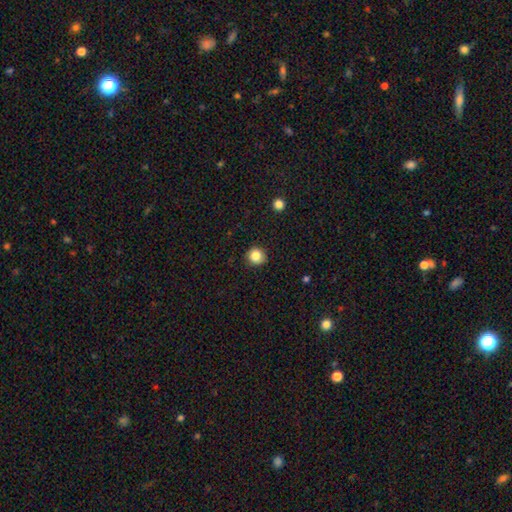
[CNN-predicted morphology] Smooth or featured?
  - smooth: 84% *
  - star or artifact: 11%
  - featured or disk: 5%
How rounded?
  - round: 93% *
  - in between: 6%
  - cigar-shaped: 1%
Merging?
  - none: 92% *
  - minor disturbance: 6%
  - major disturbance: 2%
  - merger: 1%